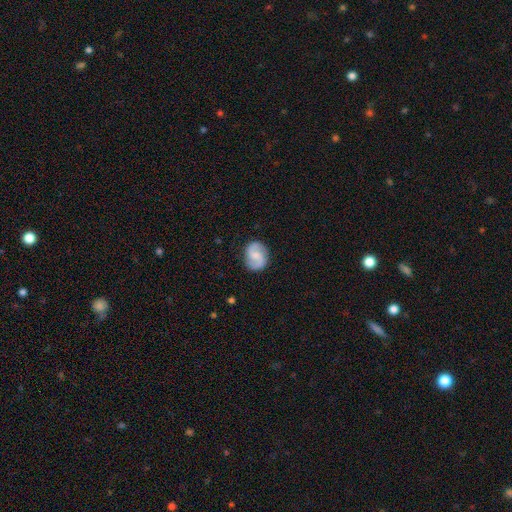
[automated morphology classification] featured or disk 75%, smooth 19%, star or artifact 6%. Down the decision tree: edge-on disk — no (98%); bar — weak (47%); spiral arms — yes (96%); spiral arm count — 2 (93%); spiral winding — medium (51%); bulge size — small (39%); merging — none (86%).